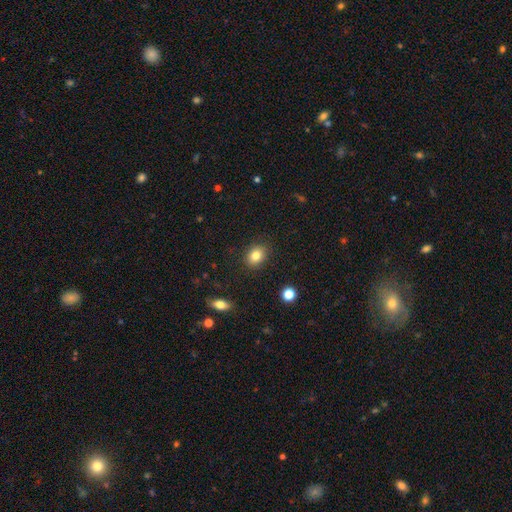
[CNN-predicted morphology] This is clearly a smooth galaxy (82%). How rounded: possibly in between (56%). Merging: clearly none (88%).